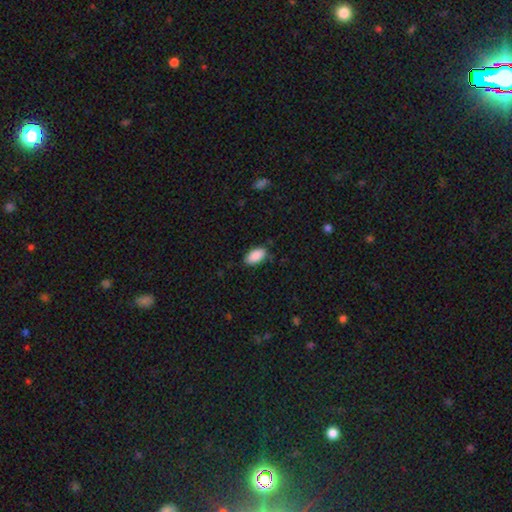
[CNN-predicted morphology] Overall: smooth (90%). How rounded: in between (94%). Merging: none (82%).